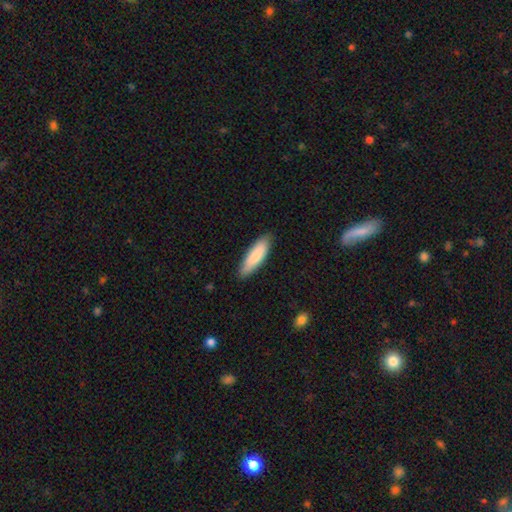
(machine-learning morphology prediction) Q: Smooth or featured?
A: smooth (82%); runner-up: featured or disk (13%)
Q: How rounded?
A: cigar-shaped (54%); runner-up: in between (45%)
Q: Merging?
A: none (86%); runner-up: minor disturbance (11%)